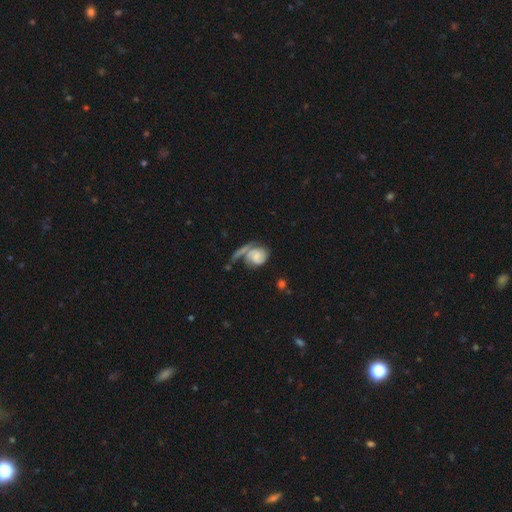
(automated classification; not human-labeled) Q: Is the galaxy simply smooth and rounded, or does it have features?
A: featured or disk — 58%.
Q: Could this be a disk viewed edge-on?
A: no — 96%.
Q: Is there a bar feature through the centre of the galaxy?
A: no — 65%.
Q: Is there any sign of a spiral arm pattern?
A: yes — 81%.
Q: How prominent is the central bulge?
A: small — 44%.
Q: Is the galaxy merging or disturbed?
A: none — 36%.